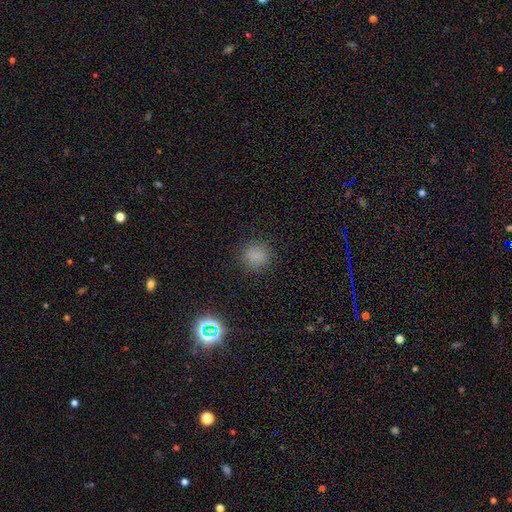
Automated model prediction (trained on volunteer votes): Overall: smooth (80%). How rounded: round (89%). Merging: none (88%).